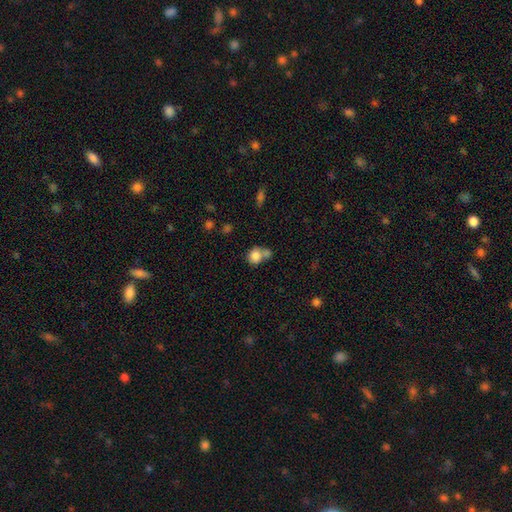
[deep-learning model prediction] This appears to be a smooth galaxy with no disk features (82%) that is round (72%). Merging: merger (45%).